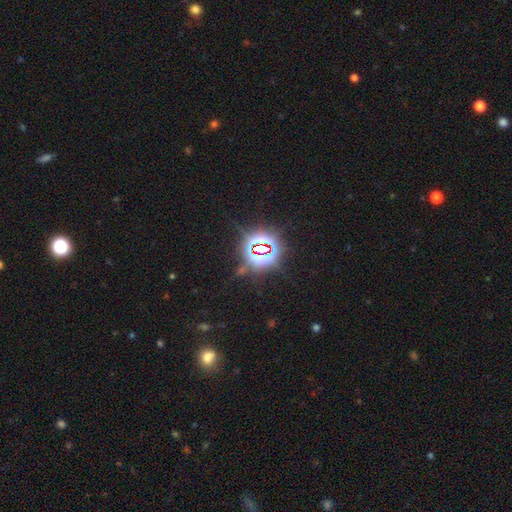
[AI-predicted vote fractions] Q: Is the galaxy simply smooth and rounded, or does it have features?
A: star or artifact — 81%.